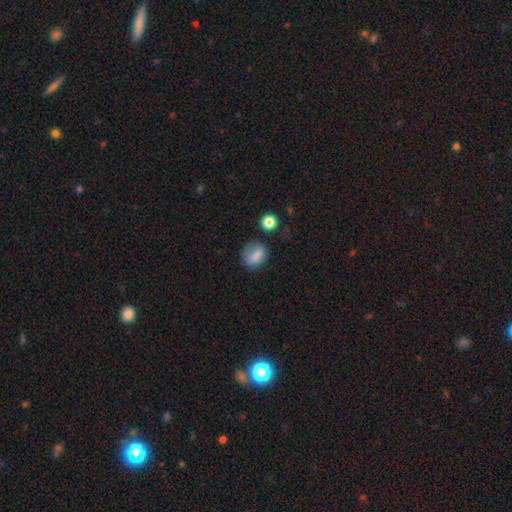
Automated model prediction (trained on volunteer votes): Smooth or featured? smooth (81%)
How rounded? in between (53%)
Merging? none (58%)